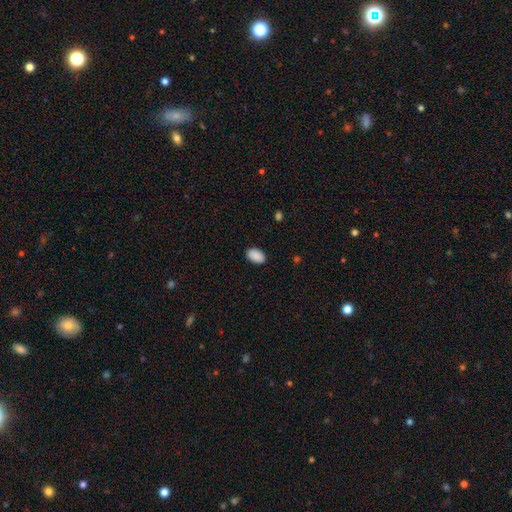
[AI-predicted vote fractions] Morphology: type=smooth (90%); roundness=in between (92%); merging=none (88%).